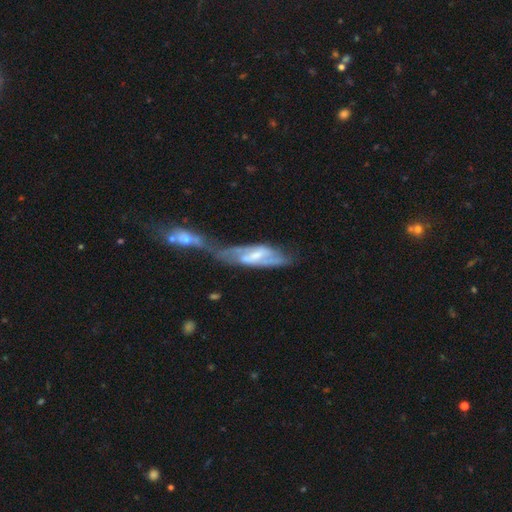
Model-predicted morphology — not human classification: This appears to be a featured or disk galaxy (73%) with a strong bar (41%, tied with weak), spiral arms (79%) and a small central bulge (43%). Merging: merger (53%).